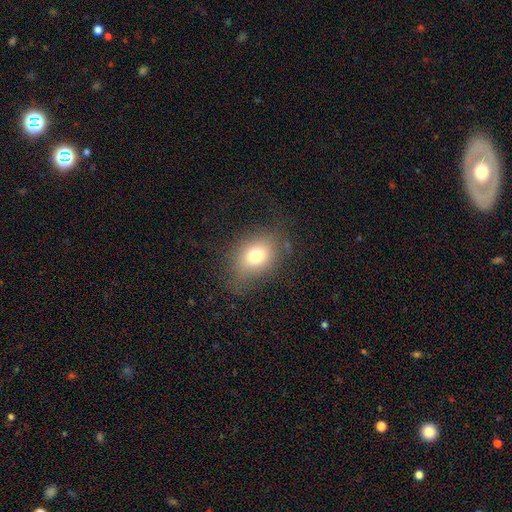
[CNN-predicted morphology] The model was most divided on "how rounded": in between: 64%, round: 35%, cigar-shaped: 1%. More confident: smooth or featured — smooth (72%); merging — none (71%).